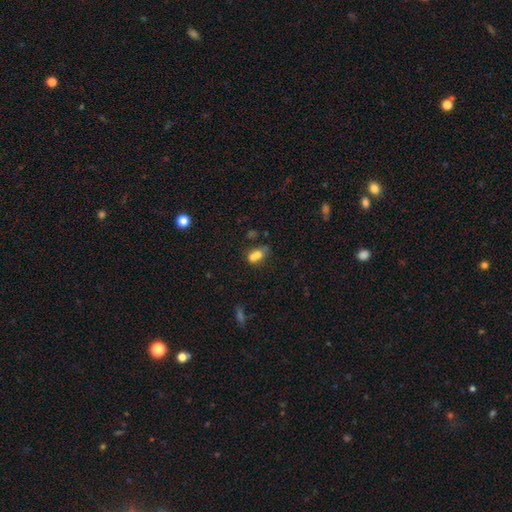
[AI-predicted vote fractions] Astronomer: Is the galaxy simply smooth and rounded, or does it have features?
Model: smooth — 67%.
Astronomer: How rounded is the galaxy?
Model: in between — 59% (runner-up: round, 38%).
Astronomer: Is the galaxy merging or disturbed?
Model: merger — 63%.